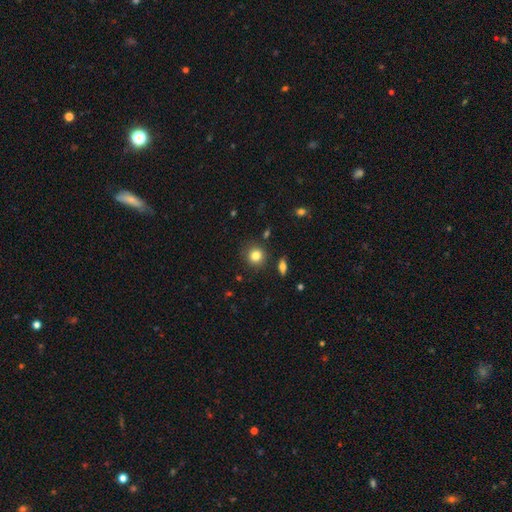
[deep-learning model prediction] Smooth or featured: smooth — 82% (star or artifact — 11%)
How rounded: round — 89% (in between — 10%)
Merging: none — 85% (minor disturbance — 9%)